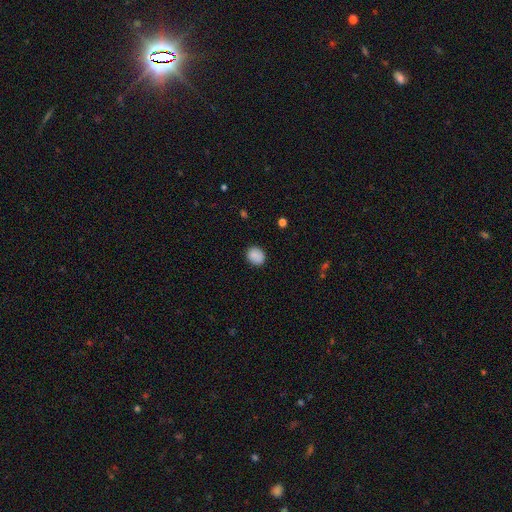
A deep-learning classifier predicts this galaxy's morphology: Smooth or featured? smooth (88%)
How rounded? round (71%)
Merging? none (86%)